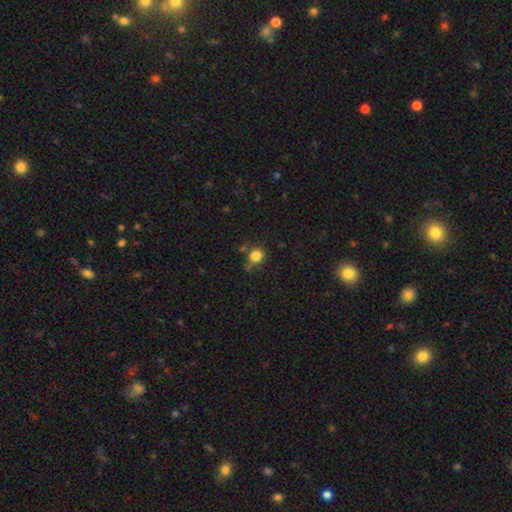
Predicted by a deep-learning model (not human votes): A smooth galaxy with no disk features (83%) that is round (79%).

Vote fractions:
- Smooth or featured? smooth: 83% / star or artifact: 12% / featured or disk: 5%
- How rounded? round: 79% / in between: 20% / cigar-shaped: 1%
- Merging? none: 71% / minor disturbance: 17% / merger: 8% / major disturbance: 5%